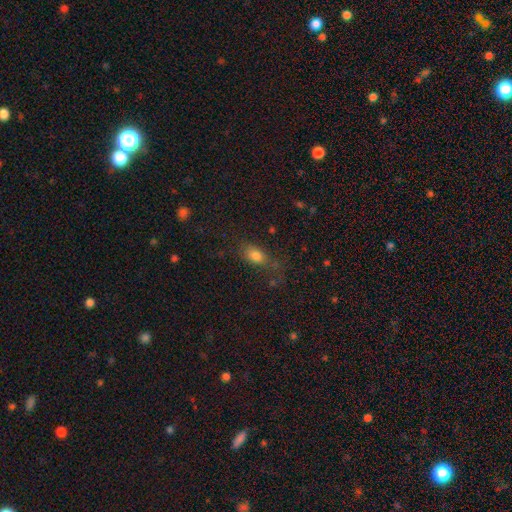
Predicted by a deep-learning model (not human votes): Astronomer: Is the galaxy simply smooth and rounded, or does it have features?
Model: smooth — 78%.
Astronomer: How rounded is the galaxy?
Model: in between — 78%.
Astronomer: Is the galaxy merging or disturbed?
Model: none — 63%.